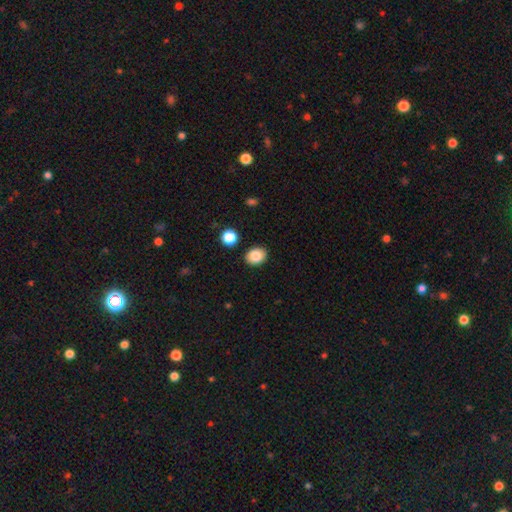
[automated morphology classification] A smooth galaxy with no disk features (86%) that is round (51%). Merging: none (88%).